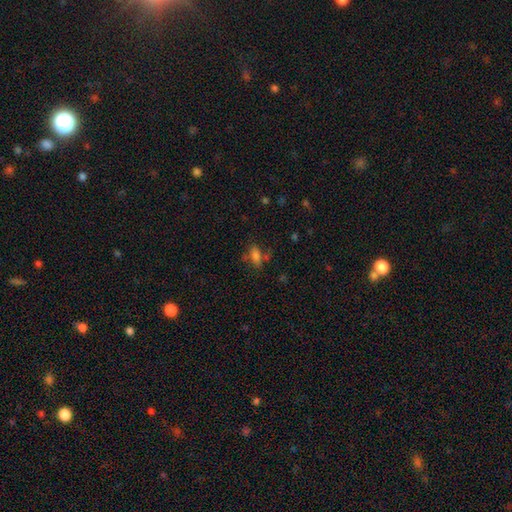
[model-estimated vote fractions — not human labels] This is likely a smooth galaxy (69%). How rounded: likely in between (79%). Merging: possibly none (57%).